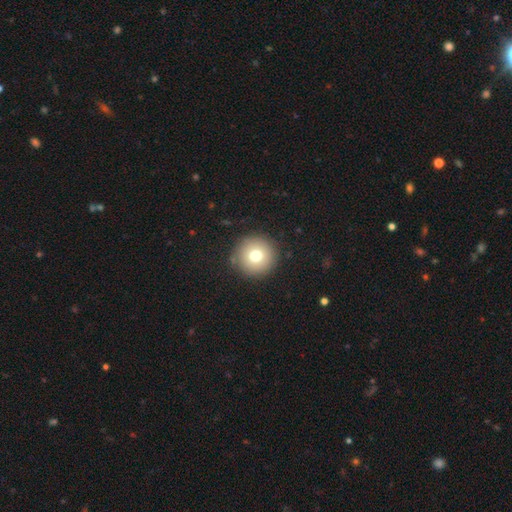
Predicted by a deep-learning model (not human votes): This is likely a smooth galaxy (74%). How rounded: clearly round (96%). Merging: clearly none (90%).